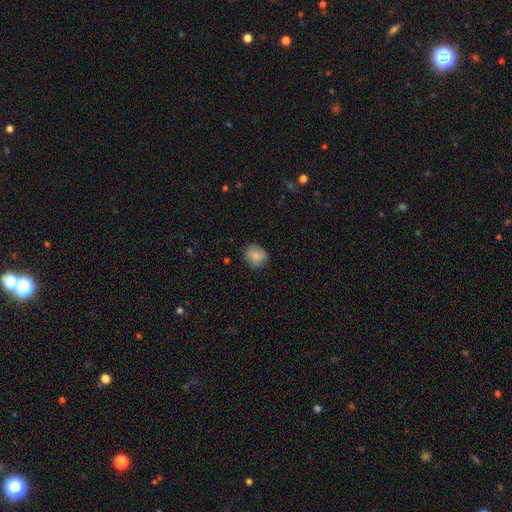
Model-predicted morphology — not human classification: The model was most divided on "how rounded": round: 63%, in between: 36%, cigar-shaped: 1%. More confident: smooth or featured — smooth (78%); merging — none (77%).